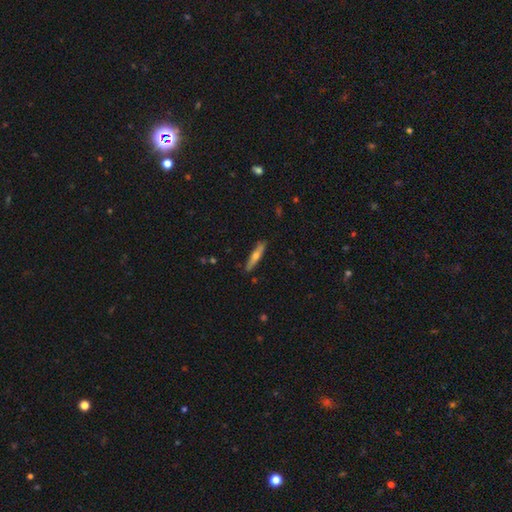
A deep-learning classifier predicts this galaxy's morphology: smooth 51%, featured or disk 43%, star or artifact 6%. Down the decision tree: how rounded — cigar-shaped (87%); merging — none (86%).